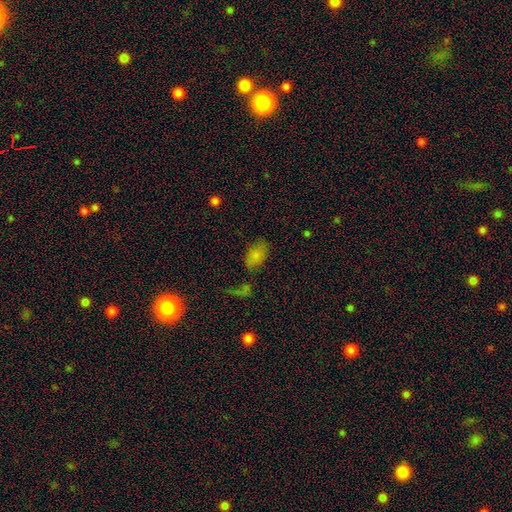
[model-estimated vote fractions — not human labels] Smooth or featured? smooth (78%)
How rounded? in between (91%)
Merging? none (64%)